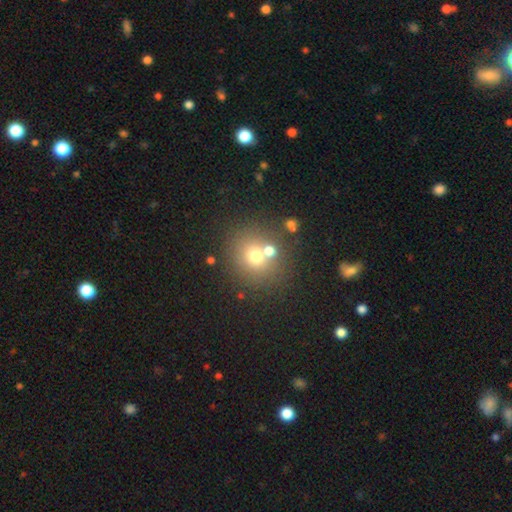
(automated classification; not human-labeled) Smooth or featured: smooth — 67% (star or artifact — 18%)
How rounded: round — 86% (in between — 13%)
Merging: none — 61% (merger — 27%)